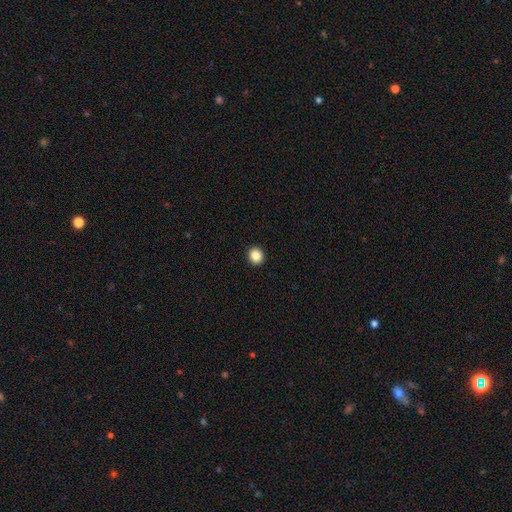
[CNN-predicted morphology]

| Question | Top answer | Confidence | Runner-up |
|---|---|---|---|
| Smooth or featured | smooth | 86% | star or artifact (10%) |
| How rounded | round | 81% | in between (18%) |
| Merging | none | 93% | minor disturbance (5%) |